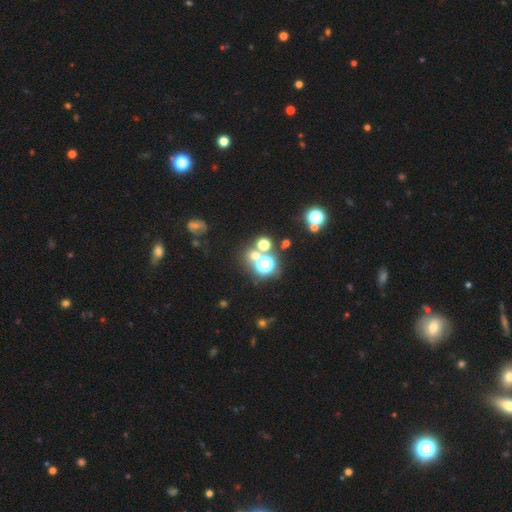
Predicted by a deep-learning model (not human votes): smooth_or_featured: star or artifact (p=0.46) [alt: smooth p=0.45]